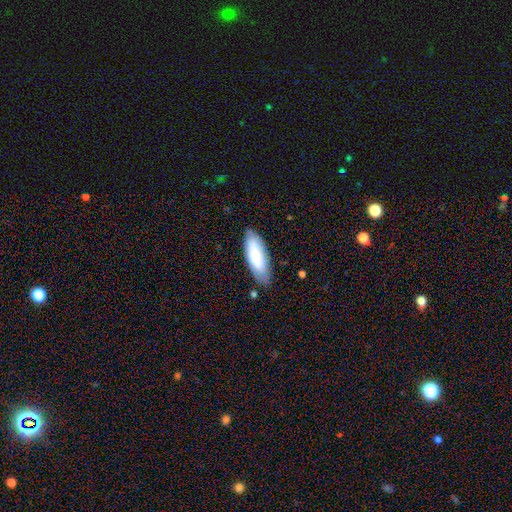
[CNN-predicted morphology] type=smooth (68%); roundness=in between (70%); merging=none (79%).